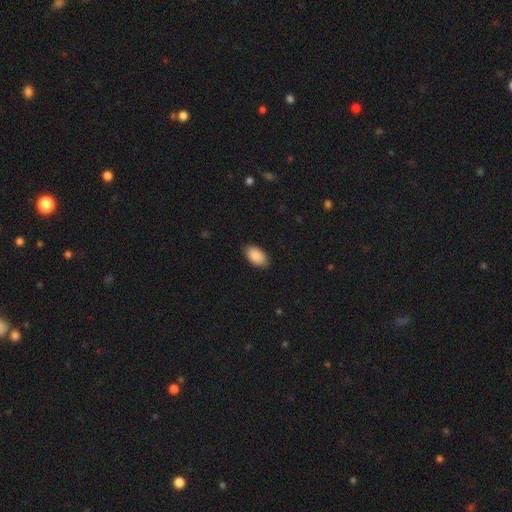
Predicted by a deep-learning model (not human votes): This appears to be a smooth galaxy with no disk features (90%) that is in between round and cigar-shaped (94%). Merging: none (84%).